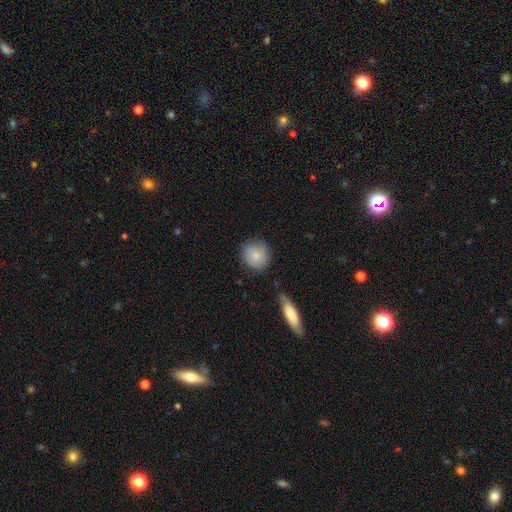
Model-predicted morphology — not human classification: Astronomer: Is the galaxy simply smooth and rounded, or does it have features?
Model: smooth — 84%.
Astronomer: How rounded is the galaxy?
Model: round — 90%.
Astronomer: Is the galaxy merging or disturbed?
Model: none — 79%.